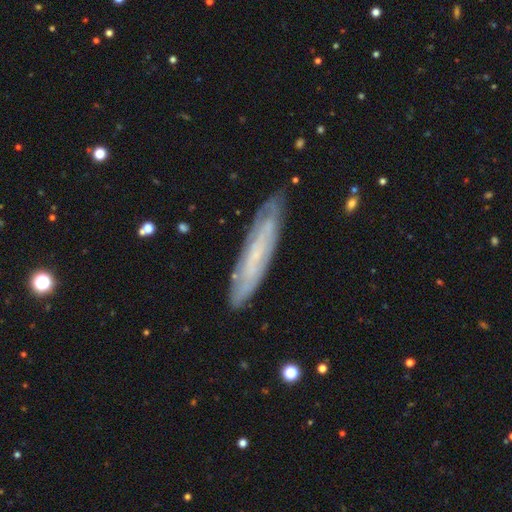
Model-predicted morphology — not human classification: smooth_or_featured: featured or disk (p=0.62) [alt: smooth p=0.30]
disk_edge_on: no (p=0.51) [alt: yes p=0.49]
merging: none (p=0.83) [alt: minor disturbance p=0.12]